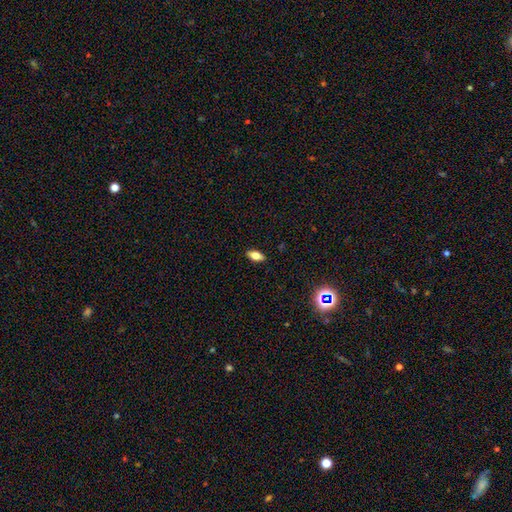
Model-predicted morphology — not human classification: smooth_or_featured: smooth (p=0.71) [alt: featured or disk p=0.19]
how_rounded: in between (p=0.85) [alt: cigar-shaped p=0.11]
merging: none (p=0.89) [alt: minor disturbance p=0.08]